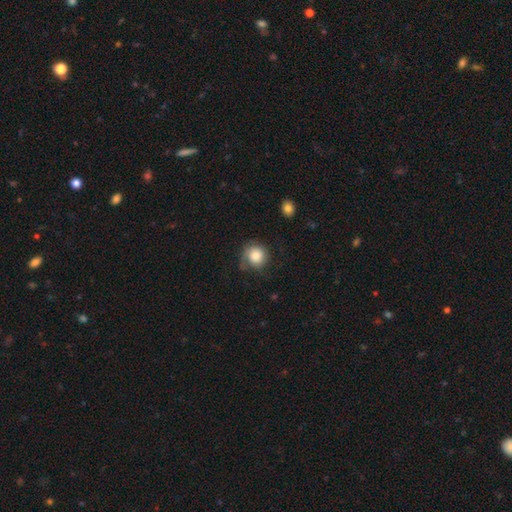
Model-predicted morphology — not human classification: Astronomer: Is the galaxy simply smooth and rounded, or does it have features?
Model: smooth — 75%.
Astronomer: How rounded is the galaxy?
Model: round — 87%.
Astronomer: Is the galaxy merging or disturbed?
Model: none — 60%.